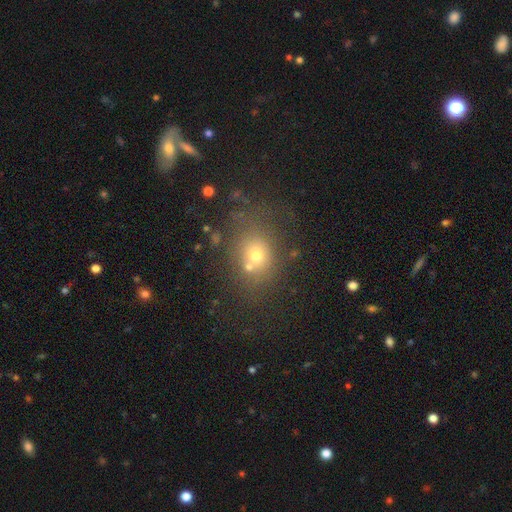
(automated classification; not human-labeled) Smooth or featured? Predicted: smooth (p=0.63). How rounded? Predicted: round (p=0.57). Merging? Predicted: none (p=0.61).